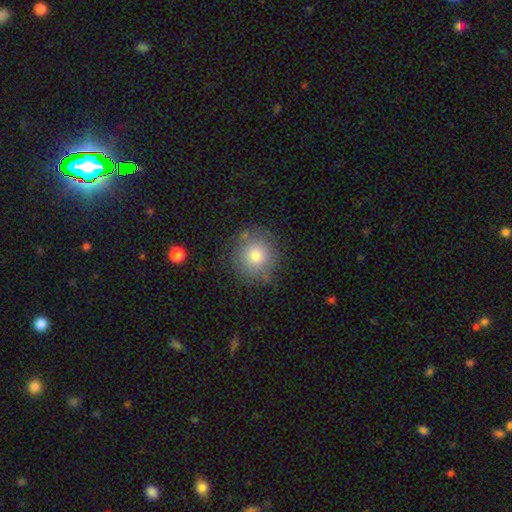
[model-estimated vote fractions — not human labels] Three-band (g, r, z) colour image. It shows a smooth galaxy with no disk features (77%) that is round (91%). Merging: none (80%).